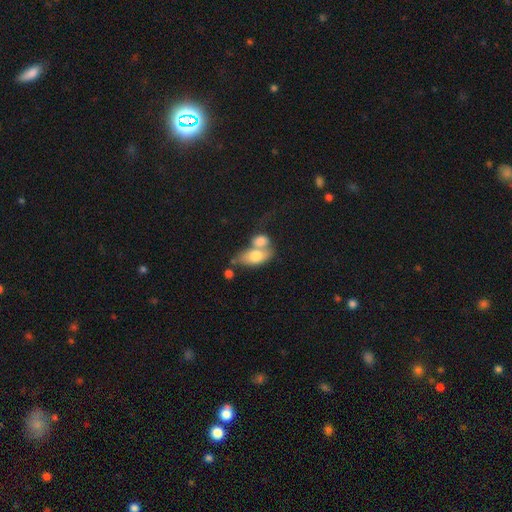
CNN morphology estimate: Smooth or featured?
  - smooth: 69% *
  - featured or disk: 25%
  - star or artifact: 7%
How rounded?
  - in between: 85% *
  - round: 9%
  - cigar-shaped: 6%
Merging?
  - merger: 62% *
  - none: 22%
  - minor disturbance: 10%
  - major disturbance: 7%